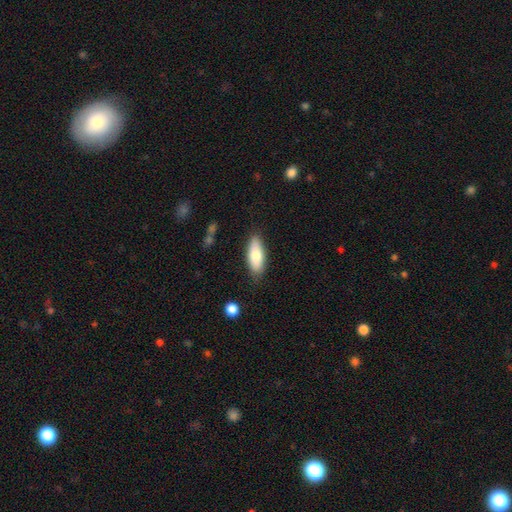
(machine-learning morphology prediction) smooth_or_featured: smooth (p=0.76) [alt: featured or disk p=0.18]
how_rounded: in between (p=0.76) [alt: cigar-shaped p=0.22]
merging: none (p=0.83) [alt: minor disturbance p=0.12]